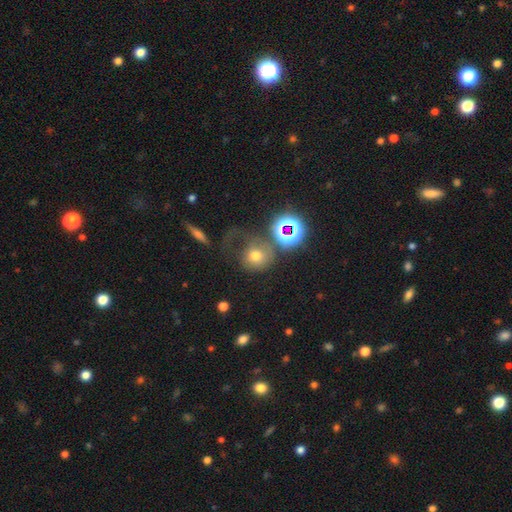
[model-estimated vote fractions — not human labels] Smooth or featured: smooth — 62% (star or artifact — 19%)
How rounded: round — 79% (in between — 20%)
Merging: none — 37% (major disturbance — 31%)